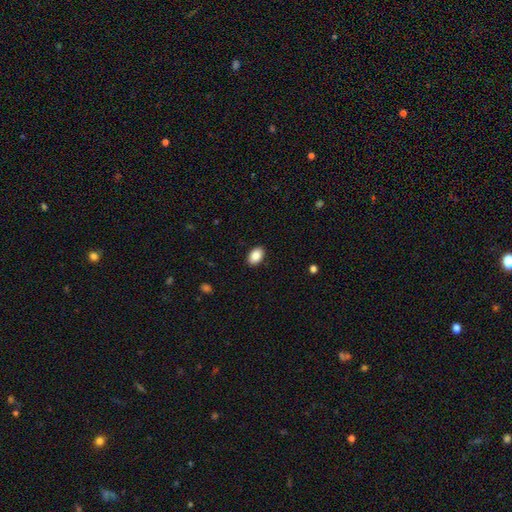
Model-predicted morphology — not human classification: smooth_or_featured: smooth (p=0.88) [alt: star or artifact p=0.07]
how_rounded: in between (p=0.88) [alt: round p=0.11]
merging: none (p=0.90) [alt: minor disturbance p=0.07]